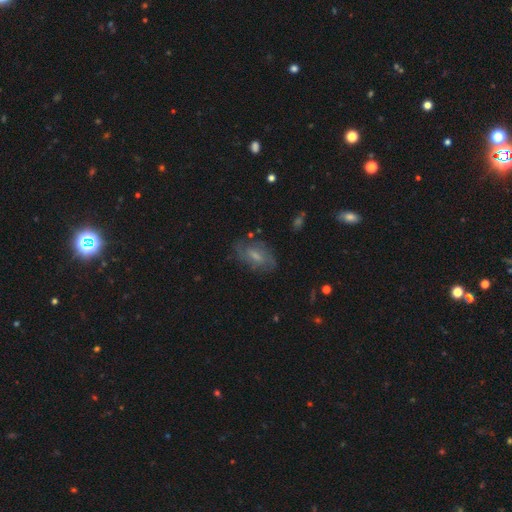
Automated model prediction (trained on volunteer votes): Smooth or featured? Predicted: featured or disk (p=0.55). Edge-on disk? Predicted: no (p=0.92). Bar? Predicted: weak (p=0.53). Spiral arms? Predicted: yes (p=0.75). Bulge size? Predicted: moderate (p=0.40). Merging? Predicted: none (p=0.70).